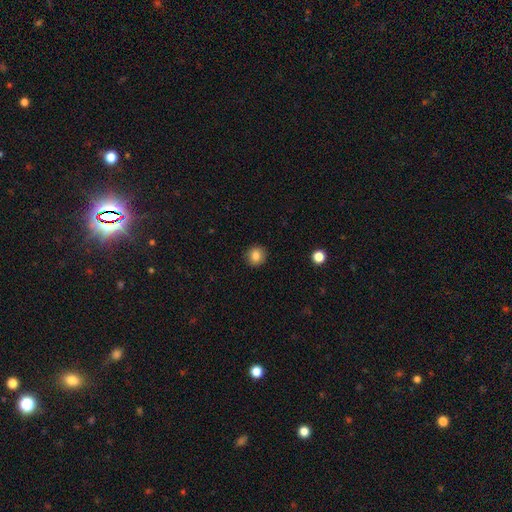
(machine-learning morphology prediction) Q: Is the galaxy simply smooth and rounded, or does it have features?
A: smooth — 84%.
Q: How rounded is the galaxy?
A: round — 88%.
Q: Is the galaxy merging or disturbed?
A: none — 91%.